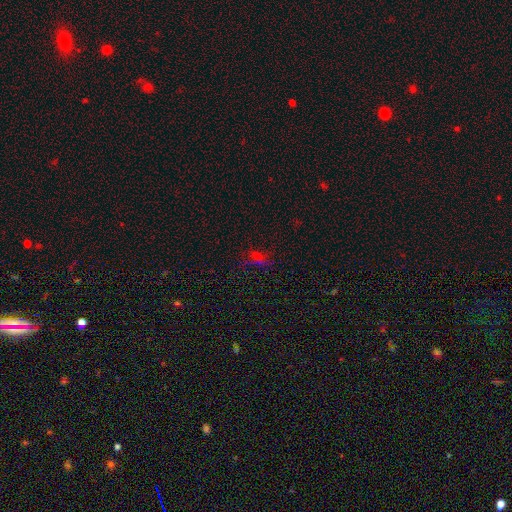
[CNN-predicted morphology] Overall: star or artifact (52%; smooth 32%).